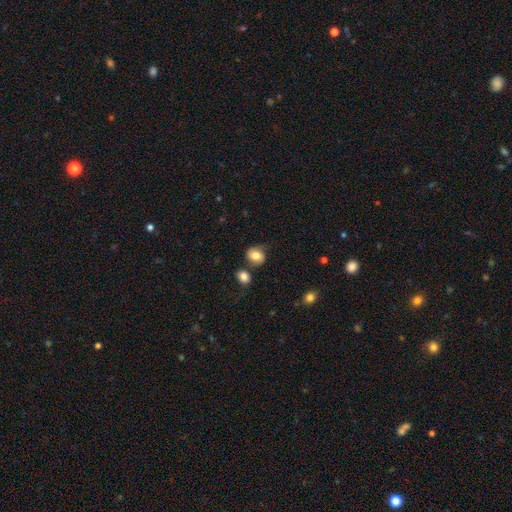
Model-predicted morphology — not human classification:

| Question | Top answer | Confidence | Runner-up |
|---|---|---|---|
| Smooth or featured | smooth | 69% | featured or disk (22%) |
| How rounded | round | 61% | in between (38%) |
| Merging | none | 61% | minor disturbance (21%) |